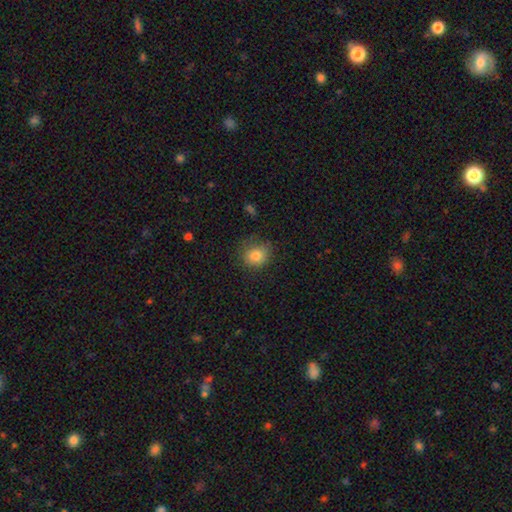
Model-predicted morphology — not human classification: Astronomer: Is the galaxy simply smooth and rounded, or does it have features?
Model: smooth — 82%.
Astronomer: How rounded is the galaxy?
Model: round — 72%.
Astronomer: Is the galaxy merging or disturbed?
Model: none — 76%.